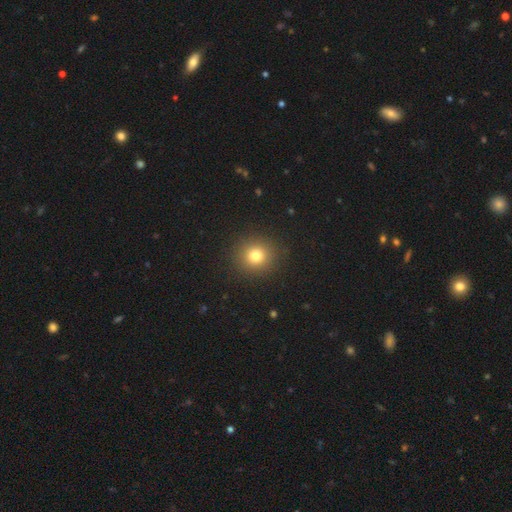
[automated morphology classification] Smooth or featured?
  - smooth: 78% *
  - star or artifact: 15%
  - featured or disk: 8%
How rounded?
  - round: 91% *
  - in between: 8%
  - cigar-shaped: 1%
Merging?
  - none: 91% *
  - minor disturbance: 6%
  - major disturbance: 3%
  - merger: 1%